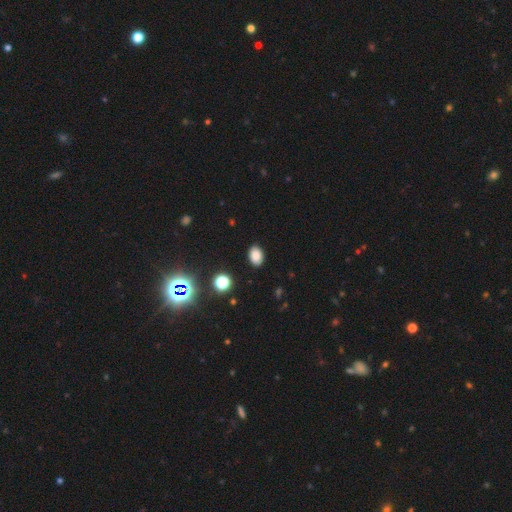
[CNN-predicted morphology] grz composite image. It shows a smooth galaxy with no disk features (83%) that is in between round and cigar-shaped (85%). Merging: none (88%).